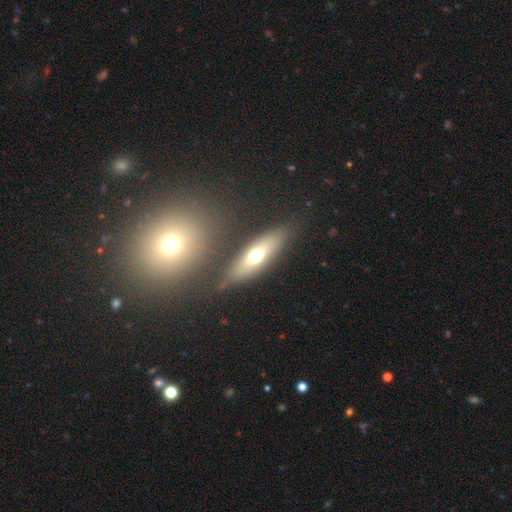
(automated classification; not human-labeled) This appears to be a smooth galaxy with no disk features (56%) that is cigar-shaped (49%). Merging: none (77%).